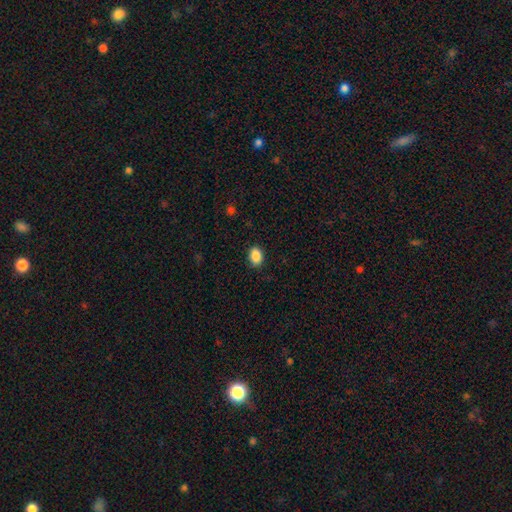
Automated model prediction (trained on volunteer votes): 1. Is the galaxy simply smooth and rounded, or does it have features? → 88% smooth, 8% star or artifact, 3% featured or disk.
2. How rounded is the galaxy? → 78% in between, 21% round, 1% cigar-shaped.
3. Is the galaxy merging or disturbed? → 88% none, 9% minor disturbance, 2% major disturbance, 1% merger.